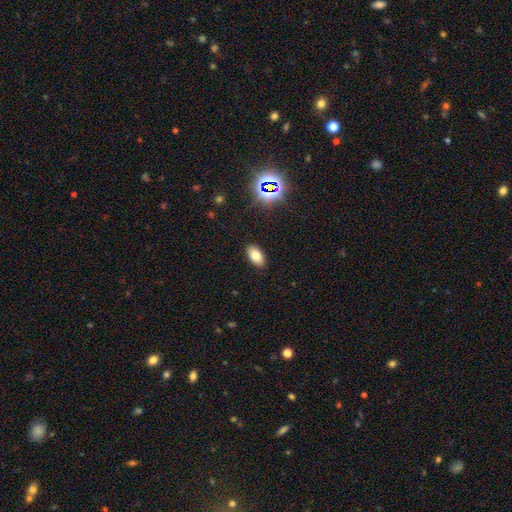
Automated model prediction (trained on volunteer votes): A smooth galaxy with no disk features (76%) that is in between round and cigar-shaped (92%). Merging: none (88%).